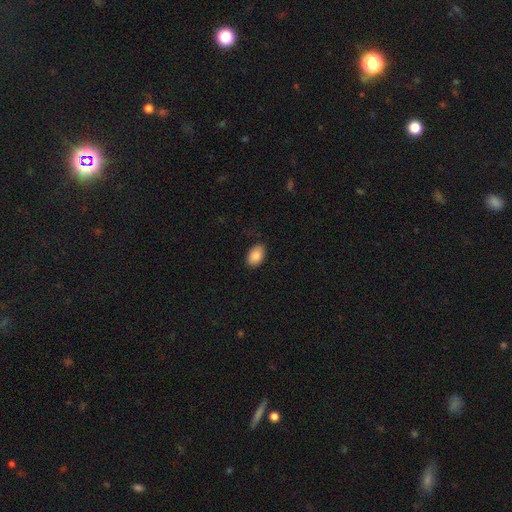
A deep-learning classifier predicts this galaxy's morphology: Overall: smooth (88%). How rounded: in between (90%). Merging: none (82%).